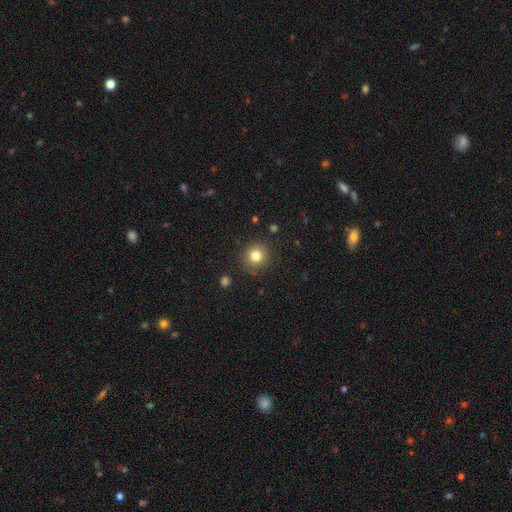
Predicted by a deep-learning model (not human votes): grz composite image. It shows a smooth galaxy with no disk features (81%) that is round (91%). Merging: none (88%).